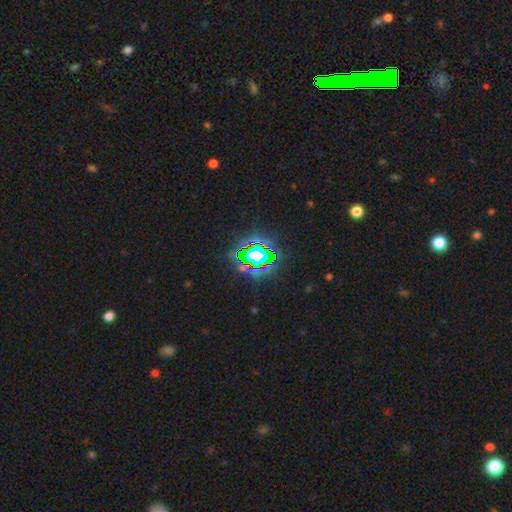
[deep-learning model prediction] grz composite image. It shows a star or artifact, not a galaxy (74%).